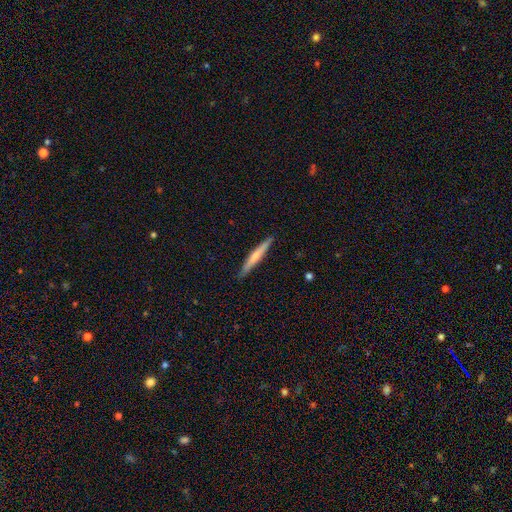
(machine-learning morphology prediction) A smooth galaxy with no disk features (53%) that is cigar-shaped (96%). Merging: none (90%).